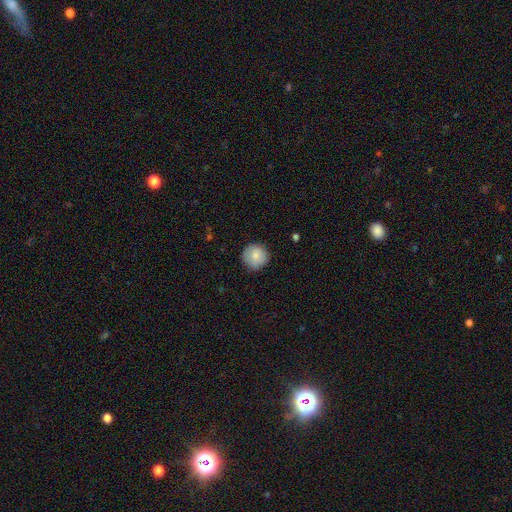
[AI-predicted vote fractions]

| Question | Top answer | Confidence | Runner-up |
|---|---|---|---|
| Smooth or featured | smooth | 81% | featured or disk (12%) |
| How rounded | round | 94% | in between (5%) |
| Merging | none | 84% | minor disturbance (12%) |